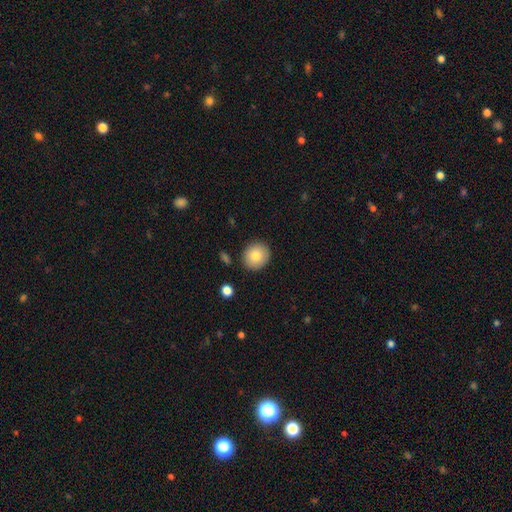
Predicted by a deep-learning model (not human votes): Smooth or featured? smooth (81%)
How rounded? round (83%)
Merging? none (88%)